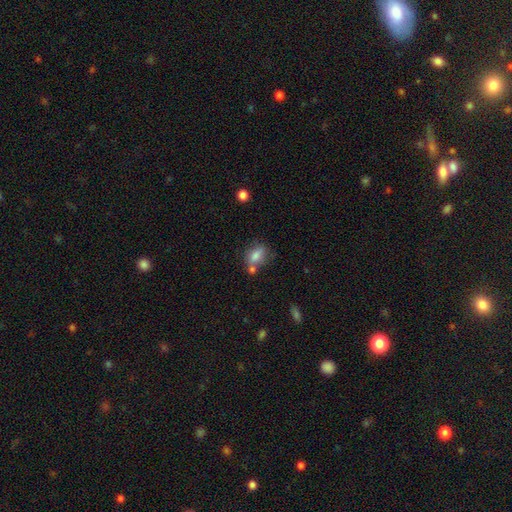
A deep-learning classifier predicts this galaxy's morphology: smooth_or_featured: smooth (p=0.74) [alt: featured or disk p=0.16]
how_rounded: in between (p=0.75) [alt: round p=0.18]
merging: none (p=0.50) [alt: merger p=0.23]